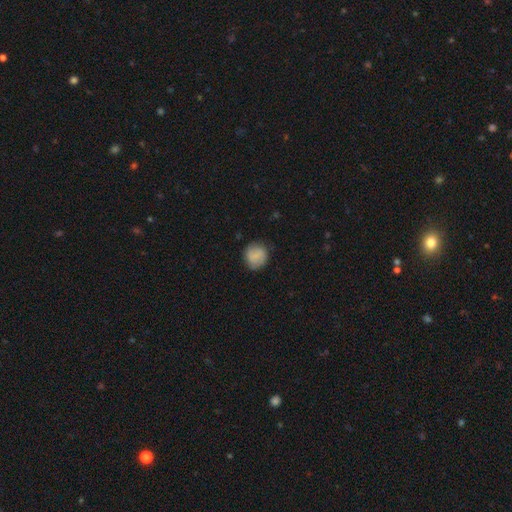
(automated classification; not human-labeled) smooth_or_featured: smooth (p=0.73) [alt: featured or disk p=0.19]
how_rounded: round (p=0.86) [alt: in between p=0.13]
merging: none (p=0.81) [alt: minor disturbance p=0.14]